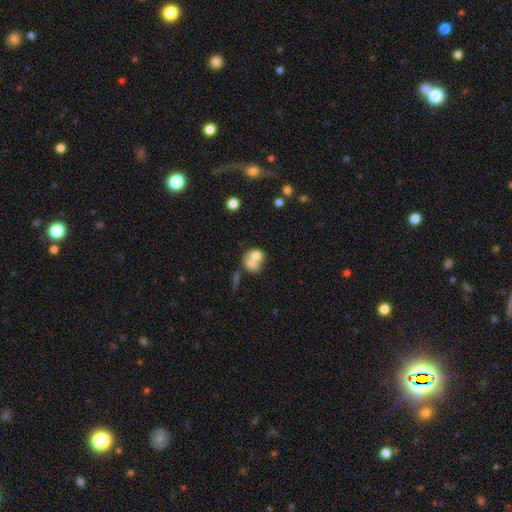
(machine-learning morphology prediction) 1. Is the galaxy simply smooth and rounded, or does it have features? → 69% smooth, 22% featured or disk, 9% star or artifact.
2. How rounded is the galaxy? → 60% round, 39% in between, 1% cigar-shaped.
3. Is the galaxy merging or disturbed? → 68% merger, 21% none, 7% minor disturbance, 4% major disturbance.